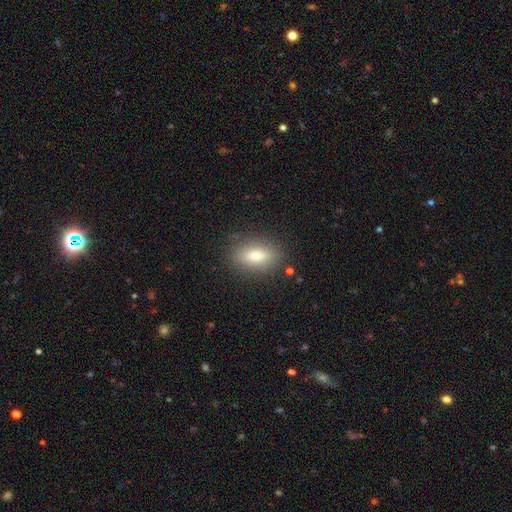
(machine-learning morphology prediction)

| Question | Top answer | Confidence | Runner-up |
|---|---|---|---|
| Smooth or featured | smooth | 76% | featured or disk (15%) |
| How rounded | in between | 80% | cigar-shaped (13%) |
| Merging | none | 85% | minor disturbance (10%) |